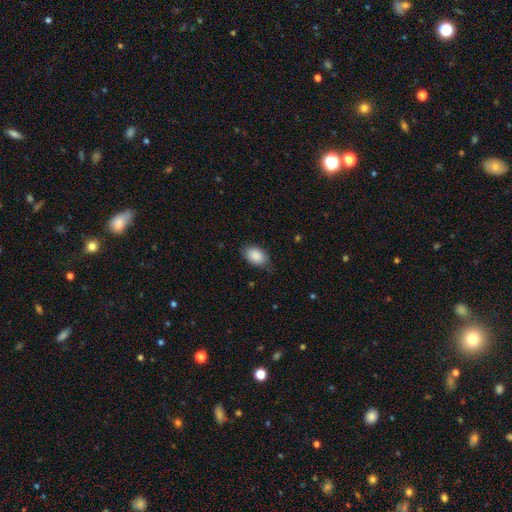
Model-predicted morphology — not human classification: type=smooth (89%); roundness=in between (89%); merging=none (77%).